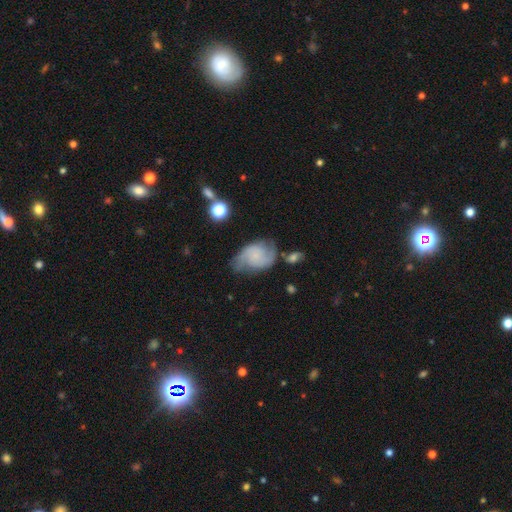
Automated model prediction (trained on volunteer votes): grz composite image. It shows a featured or disk galaxy (68%) with no bar (71%), 2 (81%) medium (44%) spiral arms (93%) and no central bulge (46%). Merging: none (58%).